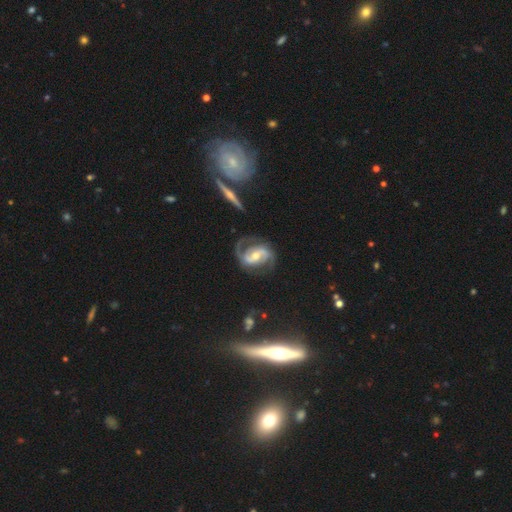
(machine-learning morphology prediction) smooth_or_featured: featured or disk (p=0.89) [alt: smooth p=0.06]
disk_edge_on: no (p=0.97) [alt: yes p=0.03]
bar: strong (p=0.41) [alt: weak p=0.39]
has_spiral_arms: yes (p=0.97) [alt: no p=0.03]
spiral_winding: medium (p=0.51) [alt: tight p=0.26]
spiral_arm_count: 2 (p=0.89) [alt: can't tell p=0.04]
bulge_size: moderate (p=0.60) [alt: small p=0.32]
merging: none (p=0.72) [alt: minor disturbance p=0.16]